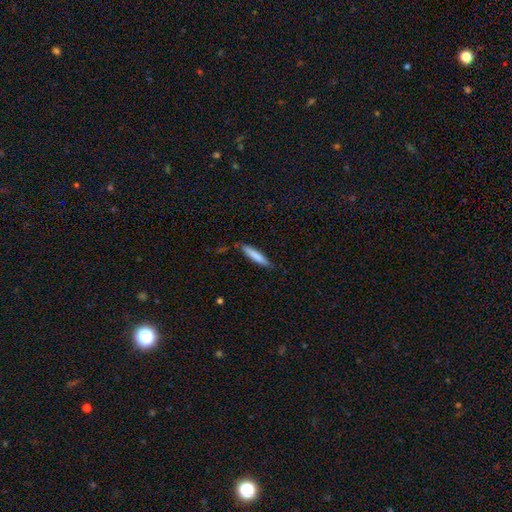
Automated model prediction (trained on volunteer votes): Smooth or featured?
  - smooth: 80% *
  - featured or disk: 15%
  - star or artifact: 5%
How rounded?
  - cigar-shaped: 90% *
  - in between: 9%
  - round: 1%
Merging?
  - none: 83% *
  - minor disturbance: 13%
  - major disturbance: 2%
  - merger: 2%